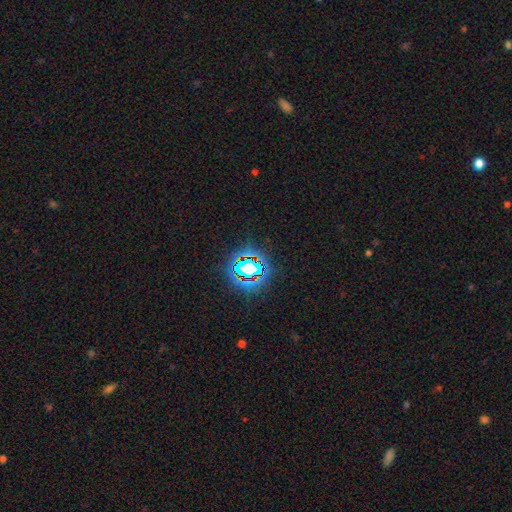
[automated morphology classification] Overall: star or artifact (77%).